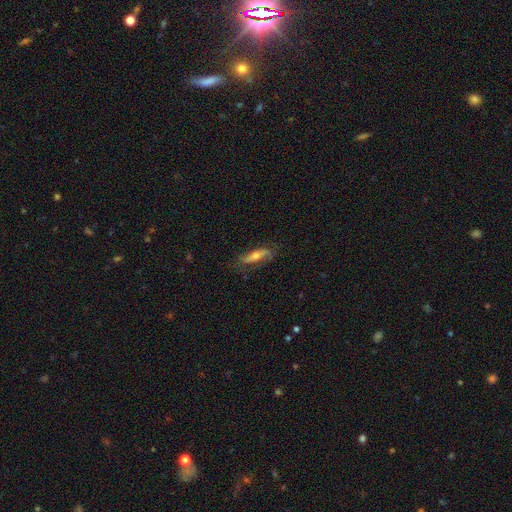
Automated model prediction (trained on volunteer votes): Smooth or featured?
  - featured or disk: 55% *
  - smooth: 37%
  - star or artifact: 8%
Edge-on disk?
  - yes: 51% *
  - no: 49%
Merging?
  - none: 74% *
  - minor disturbance: 19%
  - major disturbance: 6%
  - merger: 1%